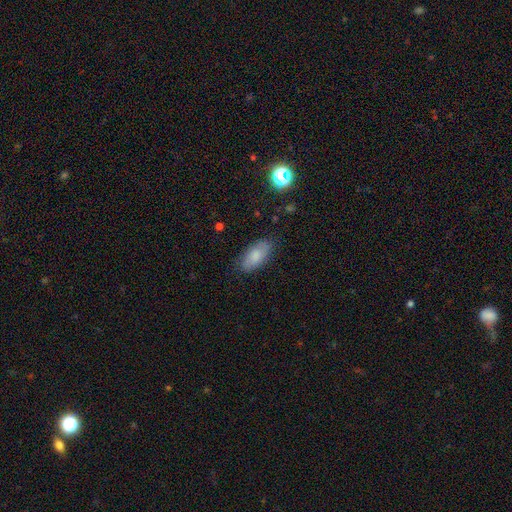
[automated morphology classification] smooth-or-featured: smooth: 79% | featured or disk: 14% | star or artifact: 7%
  how-rounded: in between: 90% | cigar-shaped: 8% | round: 2%
  merging: none: 81% | minor disturbance: 14% | major disturbance: 3% | merger: 1%